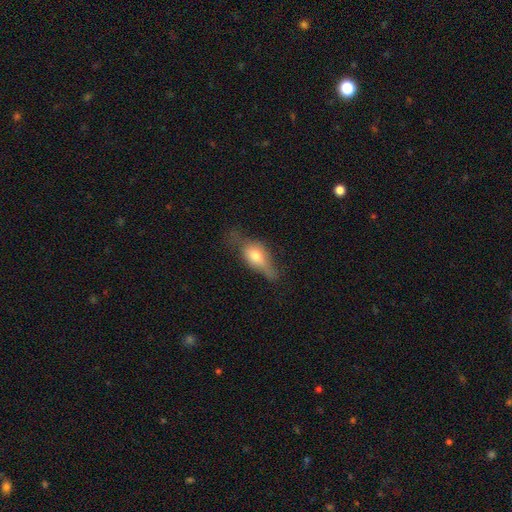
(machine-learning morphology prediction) Q: Smooth or featured?
A: smooth (57%); runner-up: featured or disk (34%)
Q: How rounded?
A: in between (73%); runner-up: cigar-shaped (19%)
Q: Merging?
A: none (40%); runner-up: minor disturbance (34%)